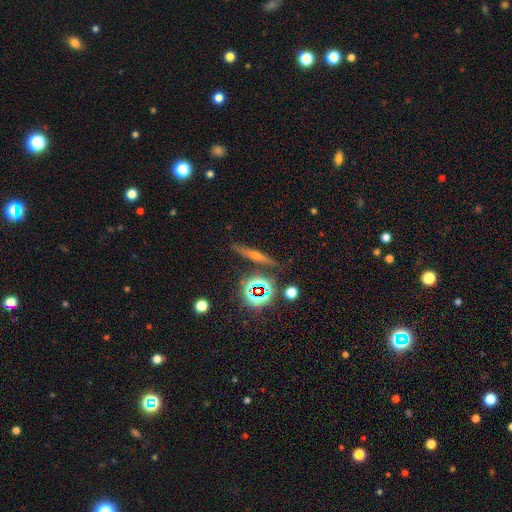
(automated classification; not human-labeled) A featured or disk galaxy (50%). Merging: none (85%).